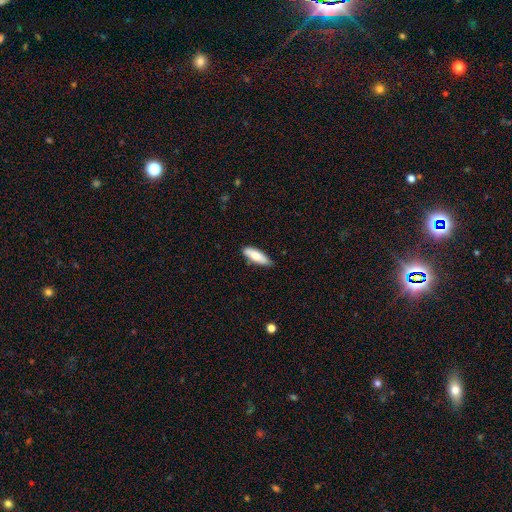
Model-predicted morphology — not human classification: This is likely a smooth galaxy (78%). How rounded: possibly in between (53%). Merging: clearly none (81%).